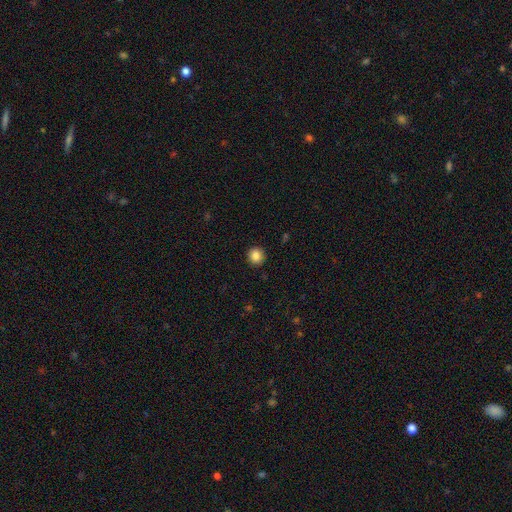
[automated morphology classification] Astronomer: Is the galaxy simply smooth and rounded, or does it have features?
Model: smooth — 86%.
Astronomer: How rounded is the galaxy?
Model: round — 91%.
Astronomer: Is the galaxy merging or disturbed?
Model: none — 92%.